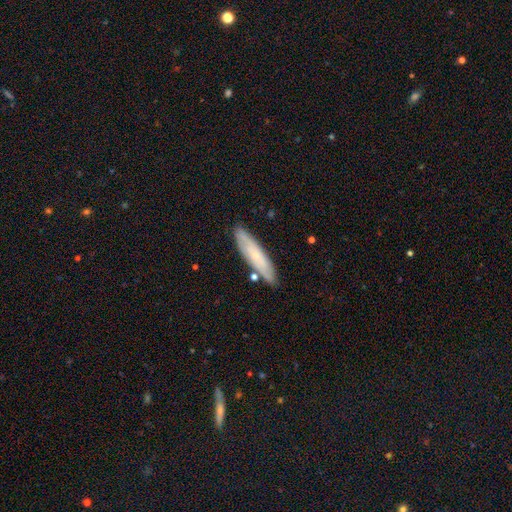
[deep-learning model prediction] Smooth or featured? smooth (60%)
How rounded? cigar-shaped (79%)
Merging? none (82%)